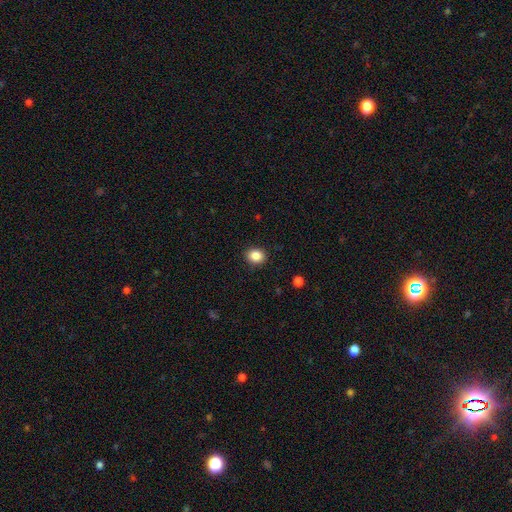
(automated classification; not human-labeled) The model was most divided on "how rounded": round: 67%, in between: 32%, cigar-shaped: 1%. More confident: merging — none (90%); smooth or featured — smooth (86%).